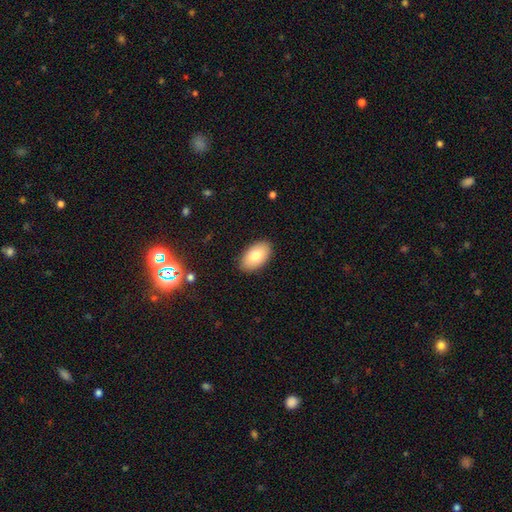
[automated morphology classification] Smooth or featured?
  - smooth: 80% *
  - featured or disk: 14%
  - star or artifact: 7%
How rounded?
  - in between: 95% *
  - round: 4%
  - cigar-shaped: 1%
Merging?
  - none: 88% *
  - minor disturbance: 9%
  - major disturbance: 2%
  - merger: 1%